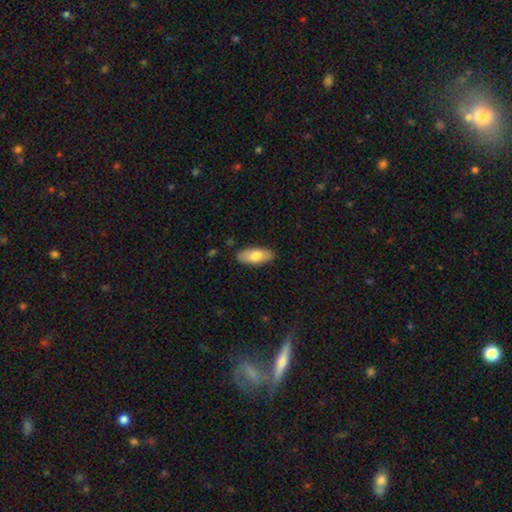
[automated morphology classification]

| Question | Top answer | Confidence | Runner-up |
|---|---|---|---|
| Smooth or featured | smooth | 78% | featured or disk (17%) |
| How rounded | in between | 85% | cigar-shaped (13%) |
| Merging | none | 87% | minor disturbance (10%) |